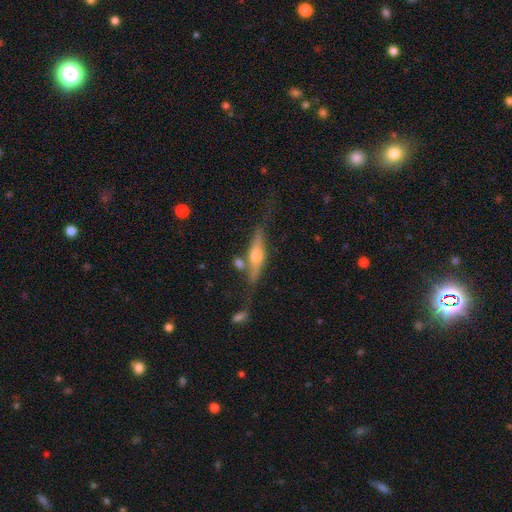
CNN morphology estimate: smooth-or-featured: featured or disk: 70% | smooth: 23% | star or artifact: 7%
  disk-edge-on: yes: 89% | no: 11%
    edge-on-bulge: rounded: 87% | boxy: 9% | none: 4%
  merging: none: 57% | minor disturbance: 22% | merger: 12% | major disturbance: 10%